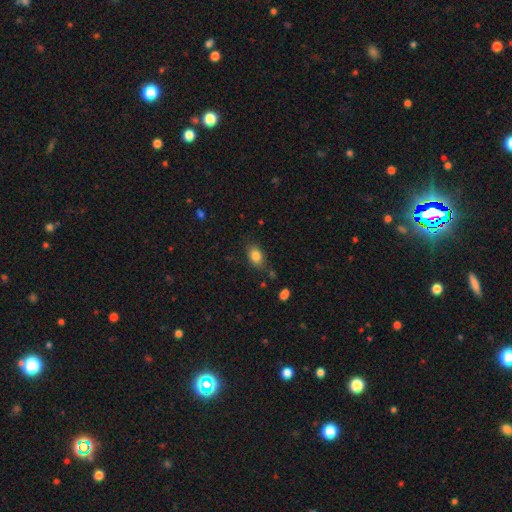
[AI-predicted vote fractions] A smooth galaxy with no disk features (84%) that is in between round and cigar-shaped (85%).

Vote fractions:
- Smooth or featured? smooth: 84% / star or artifact: 9% / featured or disk: 8%
- How rounded? in between: 85% / round: 13% / cigar-shaped: 2%
- Merging? none: 79% / minor disturbance: 15% / major disturbance: 4% / merger: 3%